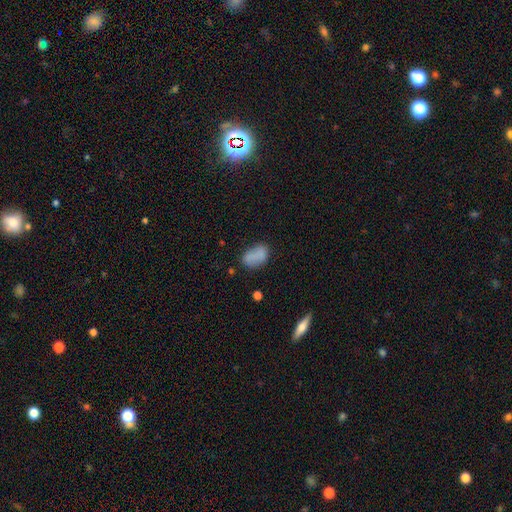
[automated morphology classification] A smooth galaxy with no disk features (79%) that is in between round and cigar-shaped (86%). Merging: none (62%).